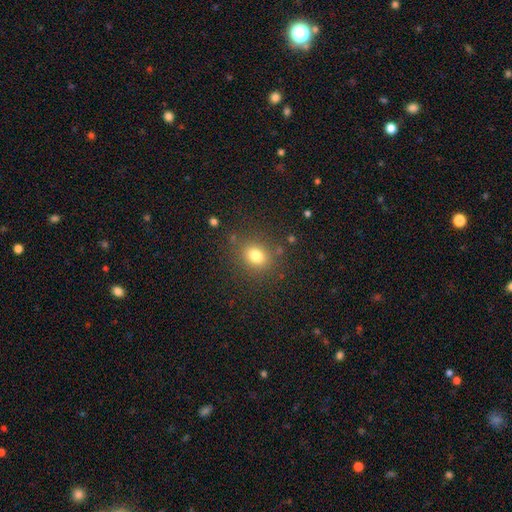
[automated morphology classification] Smooth or featured?
  - smooth: 79% *
  - star or artifact: 13%
  - featured or disk: 8%
How rounded?
  - round: 59% *
  - in between: 40%
  - cigar-shaped: 1%
Merging?
  - none: 82% *
  - minor disturbance: 11%
  - major disturbance: 4%
  - merger: 3%